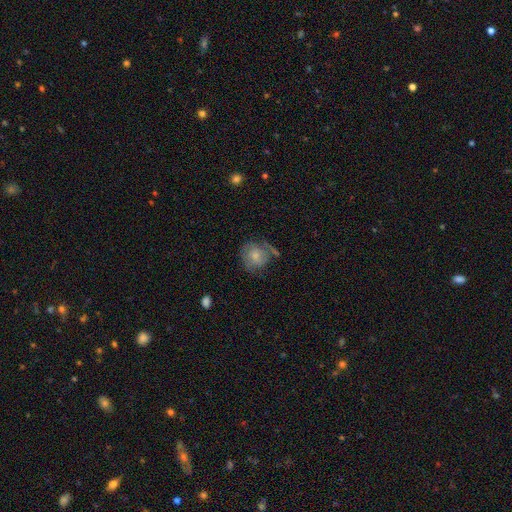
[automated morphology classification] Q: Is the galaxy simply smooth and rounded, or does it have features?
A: smooth — 60%.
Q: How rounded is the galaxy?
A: round — 78%.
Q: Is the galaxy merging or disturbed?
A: none — 48%.